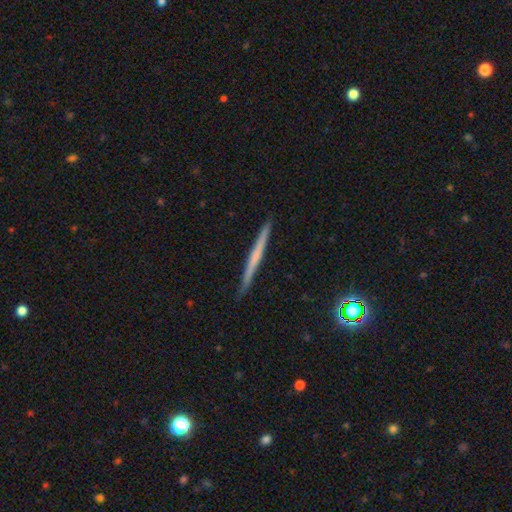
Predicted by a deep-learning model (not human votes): Smooth or featured? Predicted: featured or disk (p=0.51). Edge-on disk? Predicted: yes (p=0.98). Edge-on bulge? Predicted: none (p=0.81). Merging? Predicted: none (p=0.92).